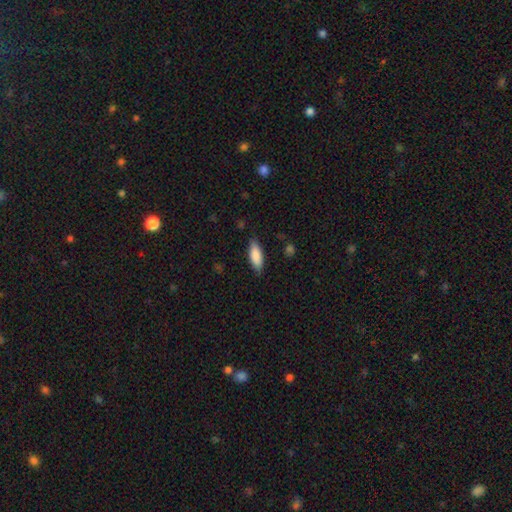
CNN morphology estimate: A smooth galaxy with no disk features (86%) that is in between round and cigar-shaped (70%).

Vote fractions:
- Smooth or featured? smooth: 86% / featured or disk: 8% / star or artifact: 6%
- How rounded? in between: 70% / cigar-shaped: 28% / round: 2%
- Merging? none: 83% / minor disturbance: 13% / major disturbance: 3% / merger: 1%